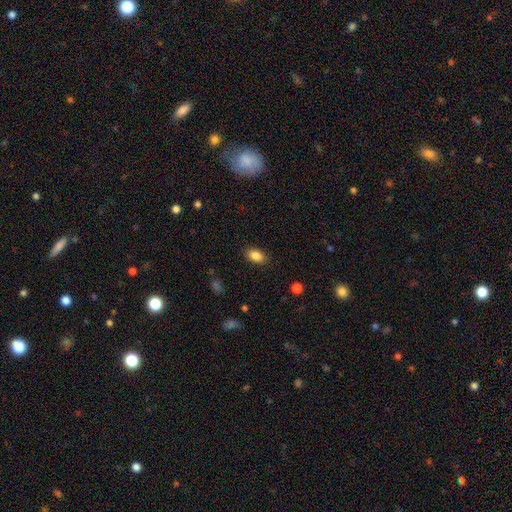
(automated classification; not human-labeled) smooth_or_featured: smooth (p=0.86) [alt: star or artifact p=0.08]
how_rounded: in between (p=0.89) [alt: round p=0.09]
merging: none (p=0.88) [alt: minor disturbance p=0.09]